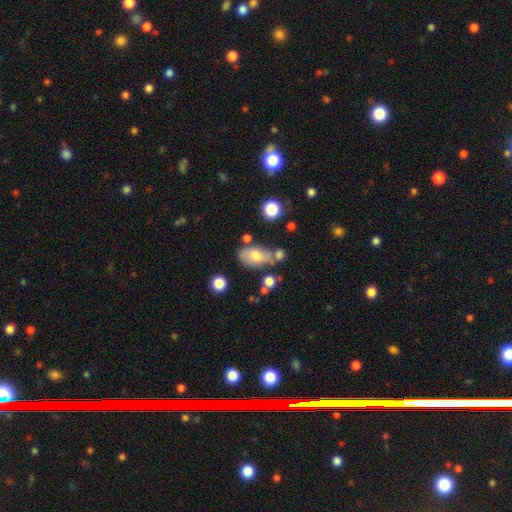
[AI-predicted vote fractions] smooth 63%, featured or disk 29%, star or artifact 9%. Down the decision tree: how rounded — in between (89%); merging — none (53%).